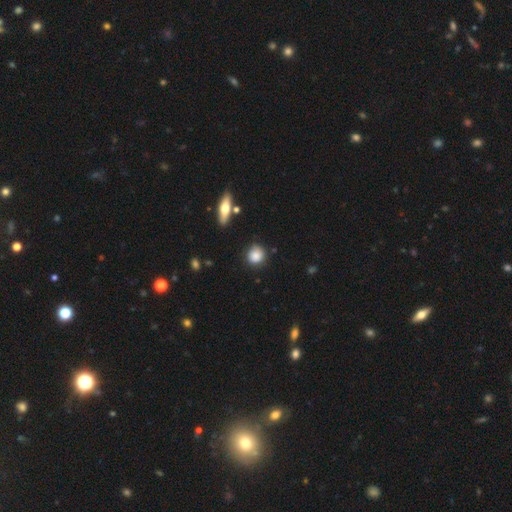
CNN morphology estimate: A smooth galaxy with no disk features (84%) that is round (84%). Merging: none (77%).